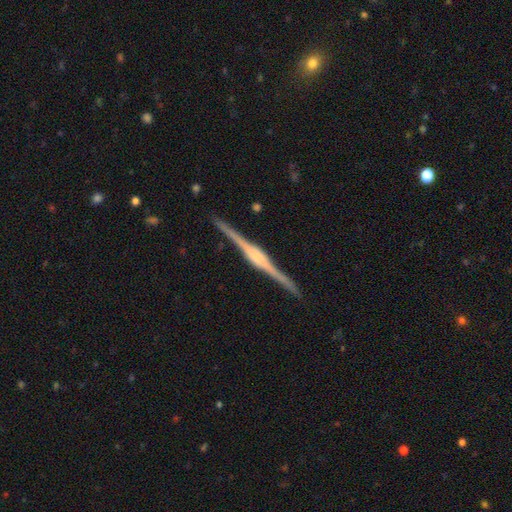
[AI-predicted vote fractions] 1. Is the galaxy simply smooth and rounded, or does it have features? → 90% featured or disk, 6% smooth, 5% star or artifact.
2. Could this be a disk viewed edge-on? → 99% yes, 1% no.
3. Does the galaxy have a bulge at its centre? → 61% rounded, 34% boxy, 5% none.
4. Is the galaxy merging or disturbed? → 92% none, 6% minor disturbance, 1% major disturbance, 1% merger.